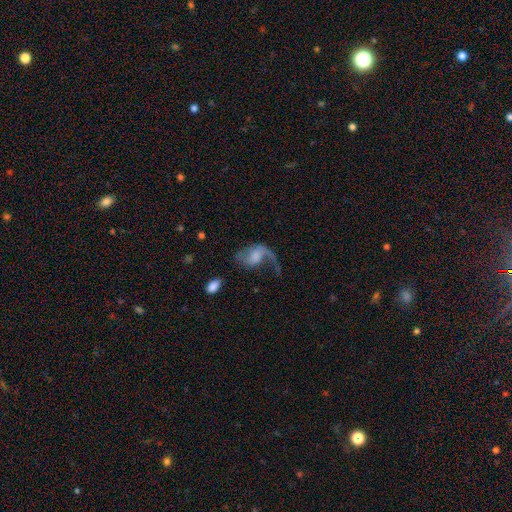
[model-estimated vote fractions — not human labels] This is likely a featured or disk galaxy (70%). It is clearly not viewed edge-on (97%). Bar: possibly no (58%). Spiral arm pattern: clearly yes (89%). Spiral arm count: possibly 1 (56%). Spiral winding: likely loose (79%). Central bulge: marginally none (32%). Merging: possibly major disturbance (46%).